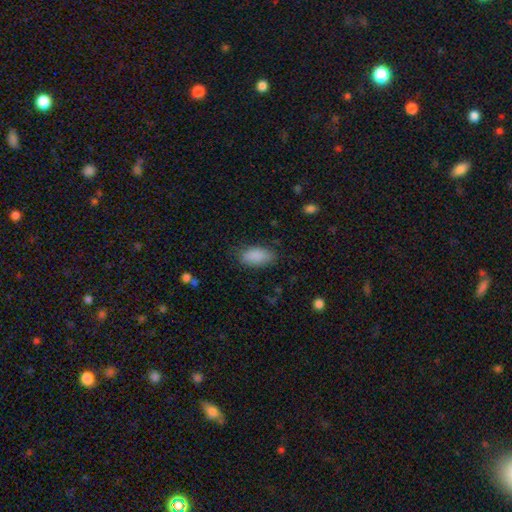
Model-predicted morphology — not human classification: smooth-or-featured: smooth: 88% | star or artifact: 7% | featured or disk: 5%
  how-rounded: in between: 92% | cigar-shaped: 5% | round: 3%
  merging: none: 78% | minor disturbance: 17% | major disturbance: 5% | merger: 1%